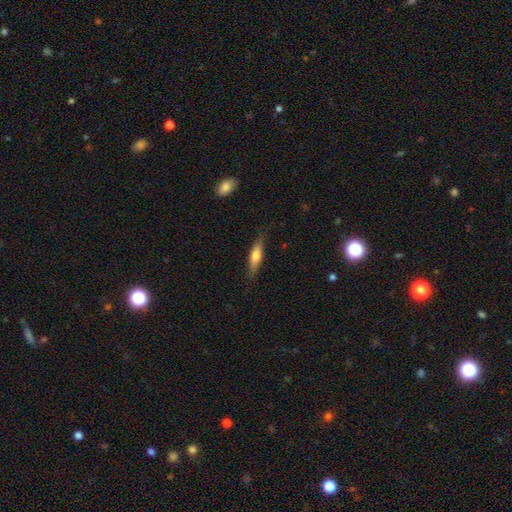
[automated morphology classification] A smooth galaxy with no disk features (61%) that is cigar-shaped (66%).

Vote fractions:
- Smooth or featured? smooth: 61% / featured or disk: 33% / star or artifact: 6%
- How rounded? cigar-shaped: 66% / in between: 32% / round: 2%
- Merging? none: 82% / minor disturbance: 14% / major disturbance: 3% / merger: 1%